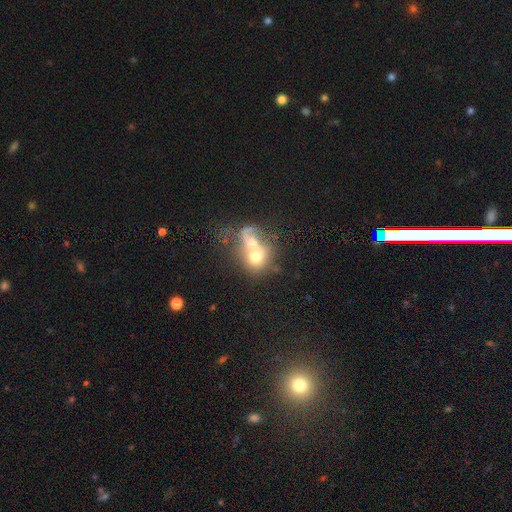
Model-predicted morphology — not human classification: A smooth galaxy with no disk features (52%) that is round (61%). Merging: merger (78%).